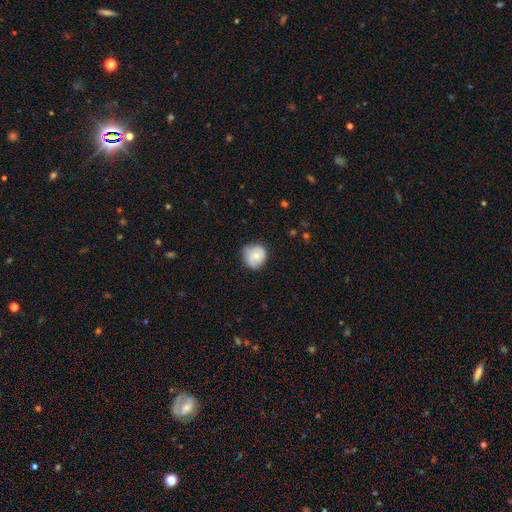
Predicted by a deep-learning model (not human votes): Smooth or featured: smooth — 65% (featured or disk — 27%)
How rounded: round — 86% (in between — 13%)
Merging: none — 68% (minor disturbance — 26%)